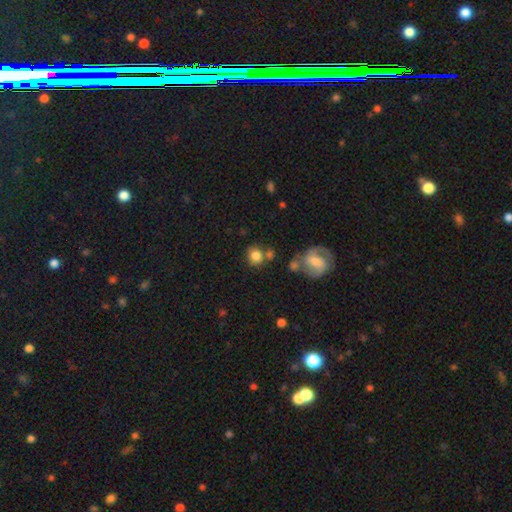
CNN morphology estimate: Smooth or featured: smooth — 80% (featured or disk — 11%)
How rounded: round — 82% (in between — 17%)
Merging: none — 66% (merger — 15%)